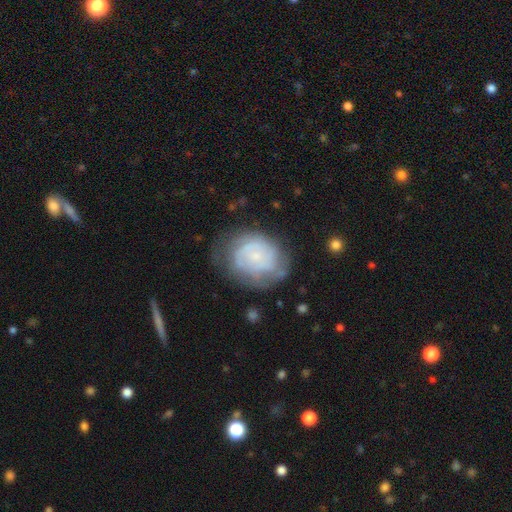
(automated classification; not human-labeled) This is likely a featured or disk galaxy (63%). It is clearly not viewed edge-on (98%). Bar: likely no (78%). Spiral arm pattern: likely yes (77%). Central bulge: likely small (74%). Merging: possibly none (57%).